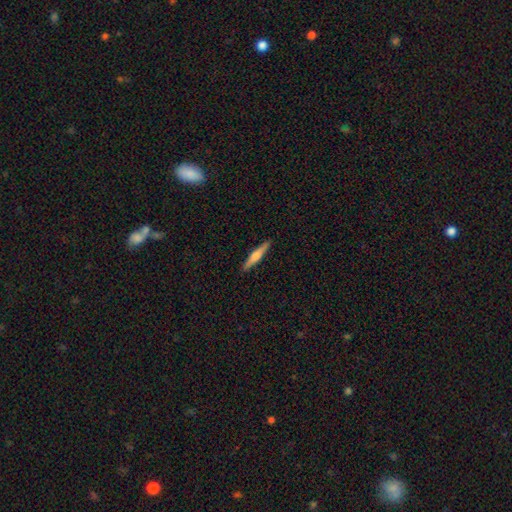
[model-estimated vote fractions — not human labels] Smooth or featured? smooth (48%)
Merging? none (91%)